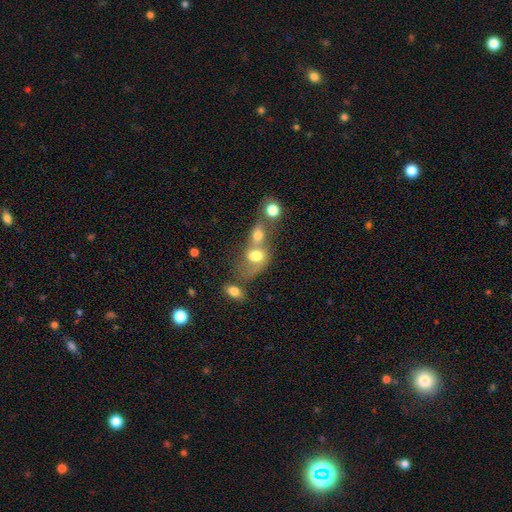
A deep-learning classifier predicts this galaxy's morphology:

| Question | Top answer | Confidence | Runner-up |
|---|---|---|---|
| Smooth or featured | smooth | 68% | featured or disk (21%) |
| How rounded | in between | 59% | round (39%) |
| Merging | merger | 67% | none (16%) |